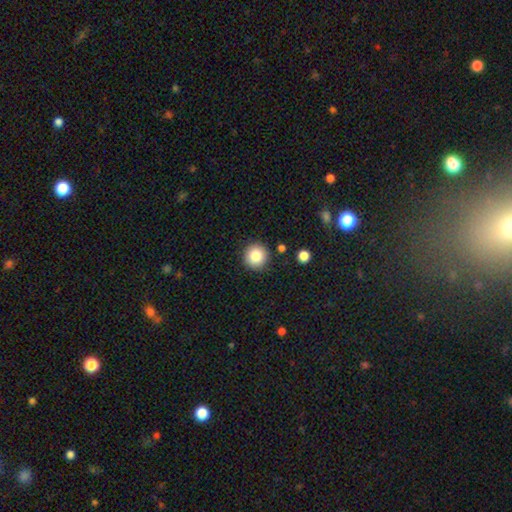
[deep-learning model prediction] Morphology: type=smooth (83%); roundness=round (95%); merging=none (89%).